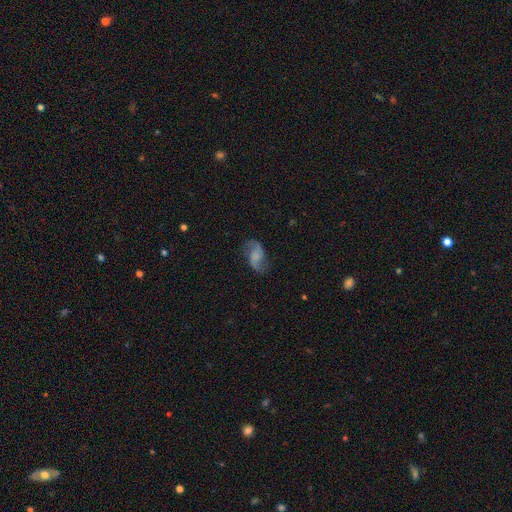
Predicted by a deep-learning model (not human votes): featured or disk 80%, smooth 13%, star or artifact 7%. Down the decision tree: edge-on disk — no (98%); bar — no (53%); spiral arms — yes (96%); spiral arm count — 2 (93%); spiral winding — loose (69%); bulge size — none (54%); merging — none (77%).